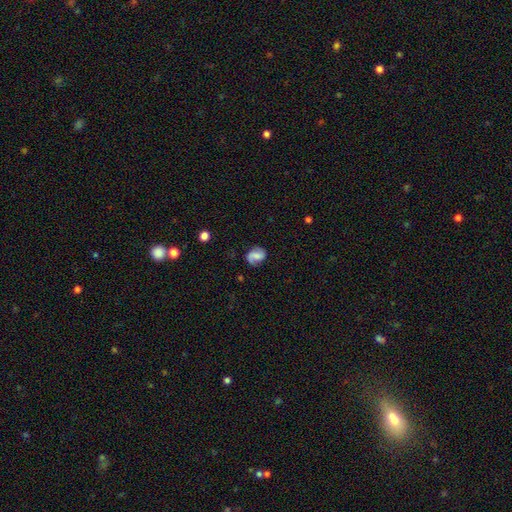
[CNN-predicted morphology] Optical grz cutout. It shows a featured or disk galaxy (59%) with a weak bar (43%), 2 (86%) medium (41%) spiral arms (92%) and no central bulge (34%). Merging: none (75%).